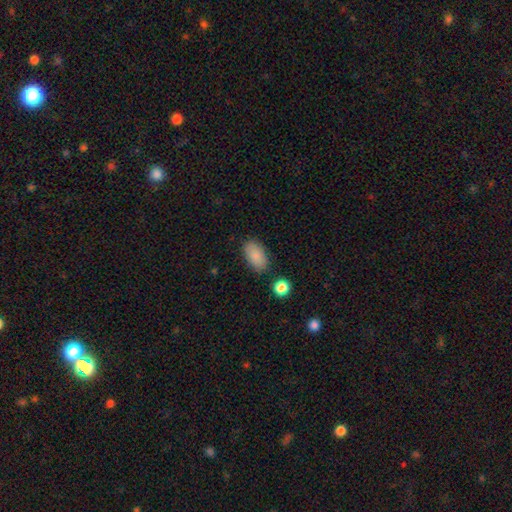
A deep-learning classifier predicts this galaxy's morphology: smooth-or-featured: smooth: 87% | star or artifact: 7% | featured or disk: 6%
  how-rounded: in between: 93% | round: 5% | cigar-shaped: 2%
  merging: none: 82% | minor disturbance: 12% | merger: 3% | major disturbance: 3%